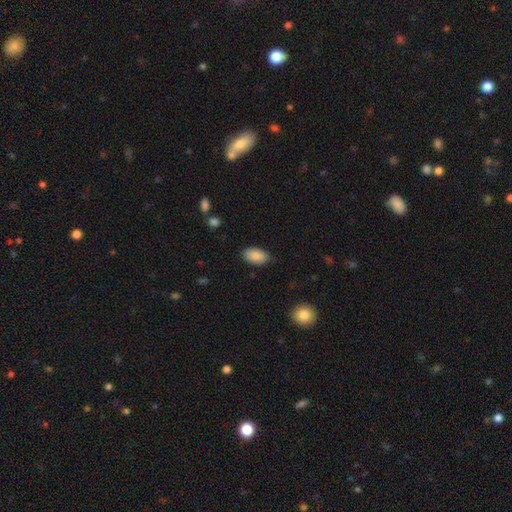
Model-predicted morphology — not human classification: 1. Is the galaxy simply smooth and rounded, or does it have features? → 89% smooth, 7% star or artifact, 4% featured or disk.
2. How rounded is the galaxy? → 94% in between, 4% round, 2% cigar-shaped.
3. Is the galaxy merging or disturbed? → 79% none, 17% minor disturbance, 3% major disturbance, 1% merger.